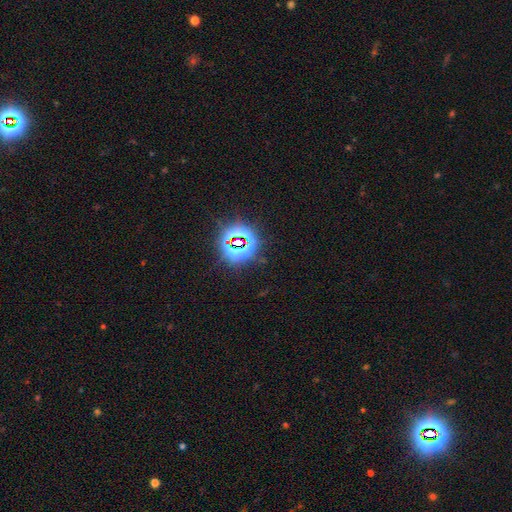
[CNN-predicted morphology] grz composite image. It shows a star or artifact, not a galaxy (81%).